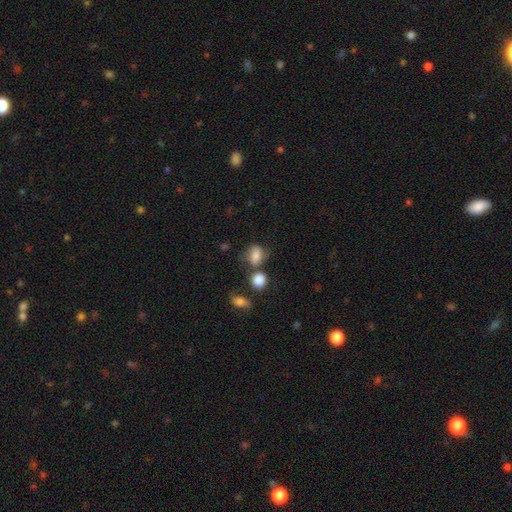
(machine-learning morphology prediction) This appears to be a smooth galaxy with no disk features (72%) that is in between round and cigar-shaped (60%). Merging: none (51%).